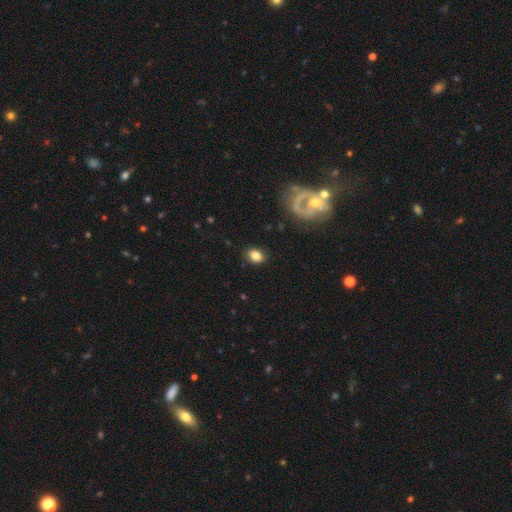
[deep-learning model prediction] smooth-or-featured: smooth: 82% | star or artifact: 9% | featured or disk: 9%
  how-rounded: in between: 70% | round: 29% | cigar-shaped: 1%
  merging: none: 87% | minor disturbance: 9% | major disturbance: 3% | merger: 1%